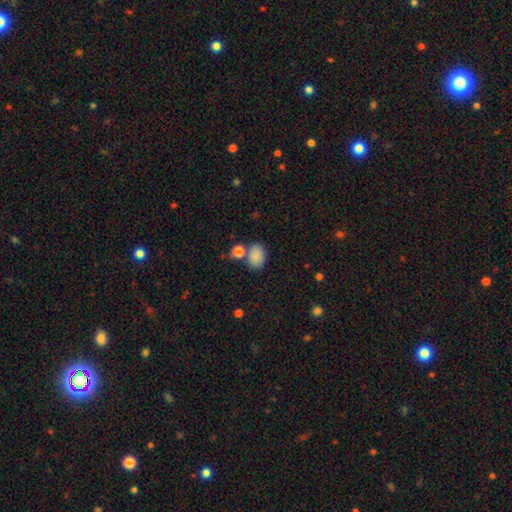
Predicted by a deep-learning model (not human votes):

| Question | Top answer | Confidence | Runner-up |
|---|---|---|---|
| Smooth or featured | smooth | 86% | star or artifact (9%) |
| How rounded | in between | 78% | round (21%) |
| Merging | none | 66% | merger (16%) |